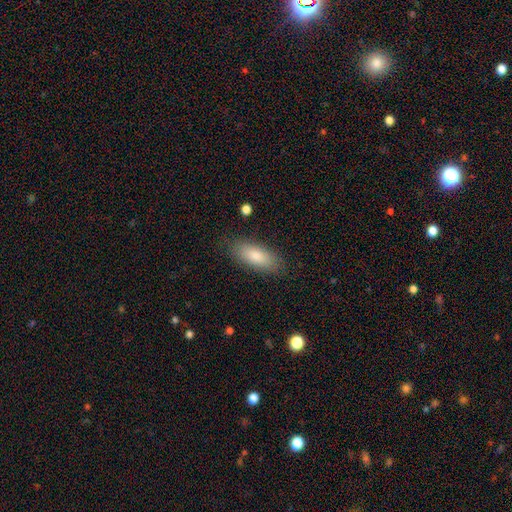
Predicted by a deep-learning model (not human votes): Morphology: type=smooth (81%); roundness=in between (75%); merging=none (86%).